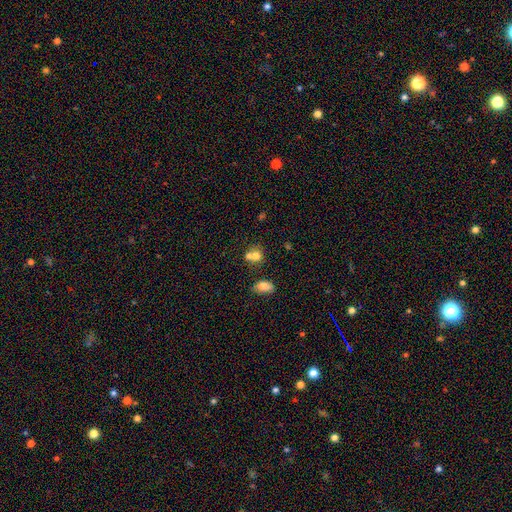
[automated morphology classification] Smooth or featured? smooth (72%)
How rounded? round (75%)
Merging? merger (49%)